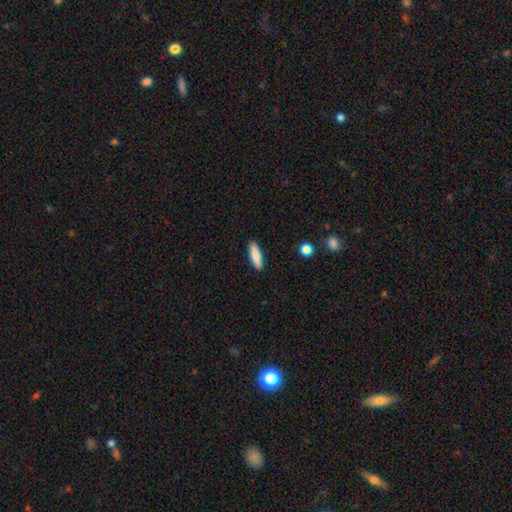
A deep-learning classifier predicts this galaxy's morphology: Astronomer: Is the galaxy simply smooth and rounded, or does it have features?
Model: smooth — 83%.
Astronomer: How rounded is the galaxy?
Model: cigar-shaped — 61% (runner-up: in between, 37%).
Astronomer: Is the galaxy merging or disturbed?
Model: none — 90%.